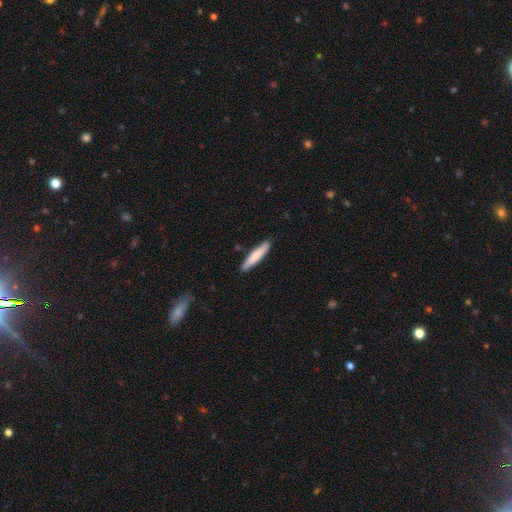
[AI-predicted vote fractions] Overall: smooth (78%). How rounded: cigar-shaped (87%). Merging: none (88%).